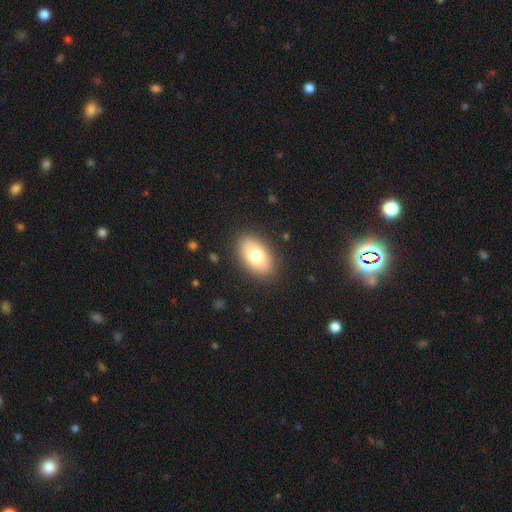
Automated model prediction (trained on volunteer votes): Smooth or featured: smooth — 75% (featured or disk — 18%)
How rounded: in between — 92% (round — 6%)
Merging: none — 87% (minor disturbance — 9%)